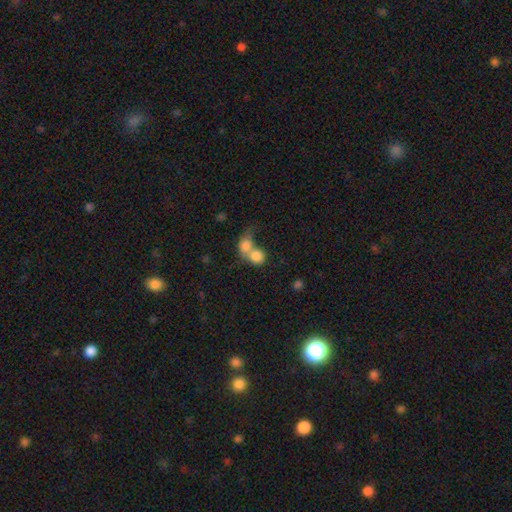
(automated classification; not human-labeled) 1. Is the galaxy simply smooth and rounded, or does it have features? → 80% smooth, 12% featured or disk, 8% star or artifact.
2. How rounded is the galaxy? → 65% round, 34% in between, 1% cigar-shaped.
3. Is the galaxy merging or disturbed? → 73% merger, 16% none, 5% major disturbance, 5% minor disturbance.